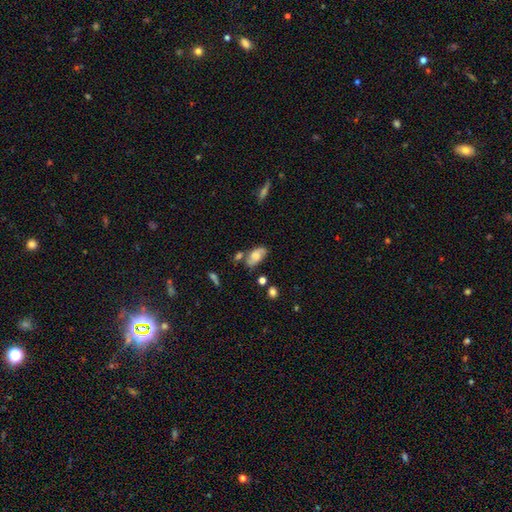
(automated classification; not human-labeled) This is possibly a smooth galaxy (53%). How rounded: clearly in between (90%). Merging: possibly none (52%).